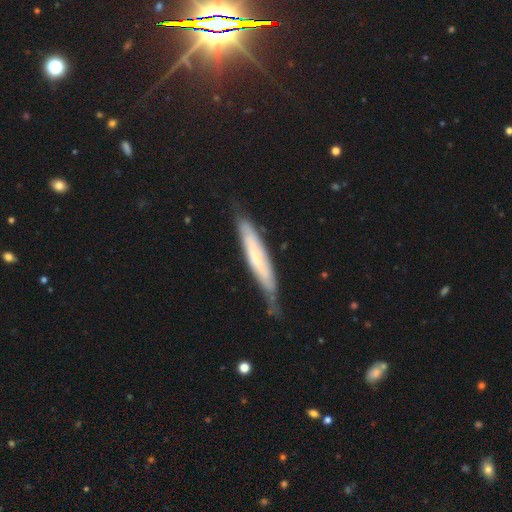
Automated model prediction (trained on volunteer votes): The model was most divided on "smooth or featured": featured or disk: 48%, smooth: 46%, star or artifact: 6%. More confident: merging — none (61%).